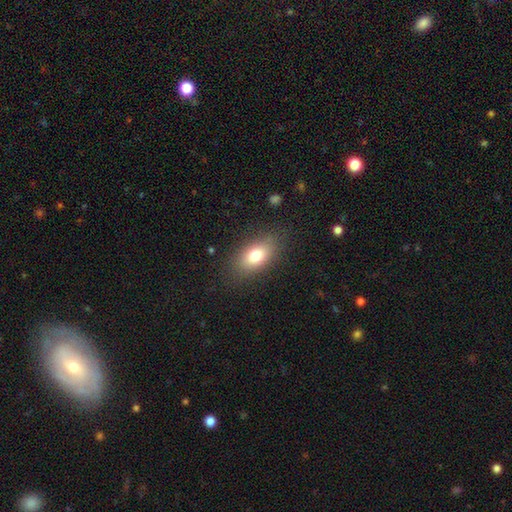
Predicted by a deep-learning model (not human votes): Morphology: type=smooth (76%); roundness=in between (87%); merging=none (83%).